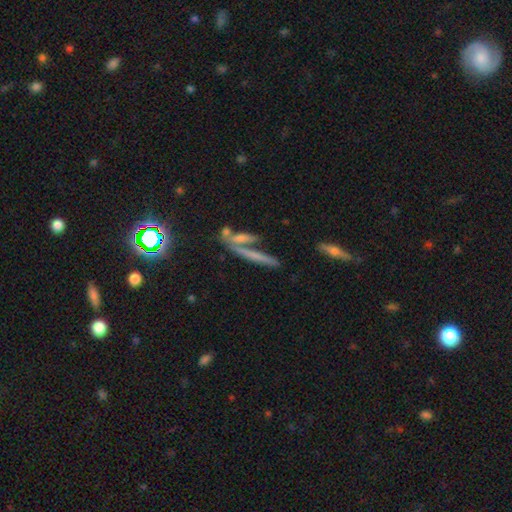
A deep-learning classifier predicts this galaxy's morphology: This is possibly a smooth galaxy (47%). Merging: possibly none (46%).